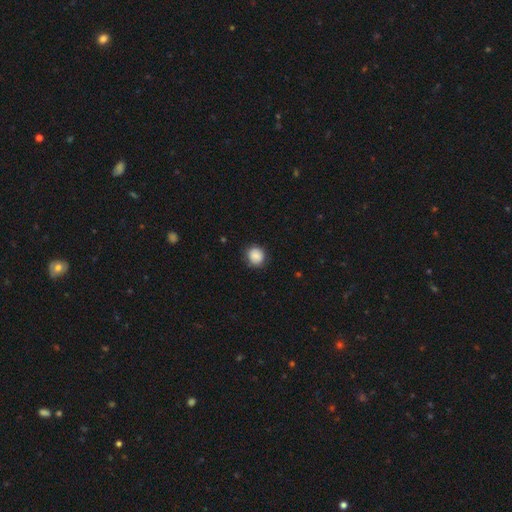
smooth-or-featured: smooth: 100% | featured or disk: 0% | star or artifact: 0%
  how-rounded: round: 78% | in between: 22% | cigar-shaped: 0%
  merging: none: 83% | minor disturbance: 11% | major disturbance: 6% | merger: 0%